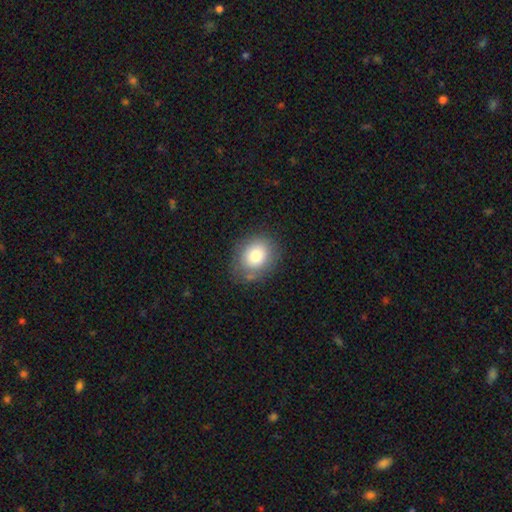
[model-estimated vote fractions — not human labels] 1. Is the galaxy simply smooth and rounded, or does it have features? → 80% smooth, 11% featured or disk, 9% star or artifact.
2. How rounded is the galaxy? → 58% round, 42% in between, 1% cigar-shaped.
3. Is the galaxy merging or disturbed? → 76% none, 17% minor disturbance, 5% major disturbance, 2% merger.